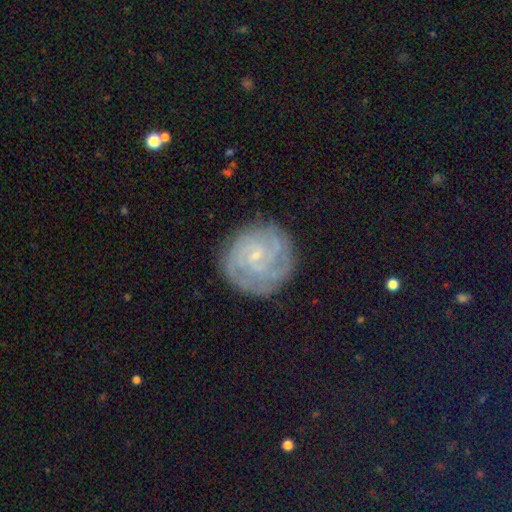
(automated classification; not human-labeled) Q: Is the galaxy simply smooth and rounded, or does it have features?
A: featured or disk — 78%.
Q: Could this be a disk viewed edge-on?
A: no — 98%.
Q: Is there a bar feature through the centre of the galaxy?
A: no — 68%.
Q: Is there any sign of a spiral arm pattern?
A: yes — 94%.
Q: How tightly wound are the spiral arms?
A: tight — 74%.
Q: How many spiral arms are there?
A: can't tell — 33%.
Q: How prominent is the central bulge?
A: small — 85%.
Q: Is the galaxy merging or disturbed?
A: none — 81%.